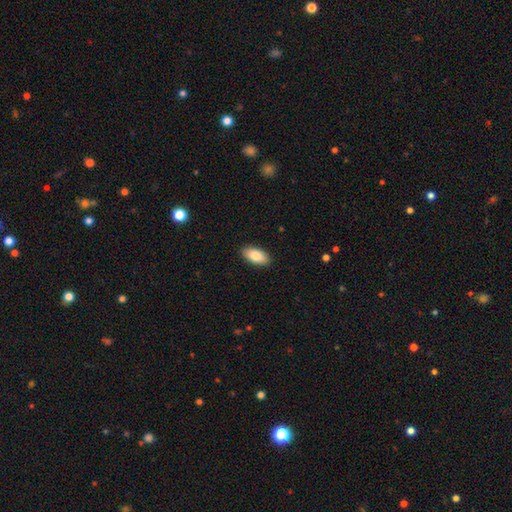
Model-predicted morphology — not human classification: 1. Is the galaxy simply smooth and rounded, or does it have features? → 85% smooth, 8% featured or disk, 6% star or artifact.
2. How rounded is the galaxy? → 93% in between, 4% cigar-shaped, 3% round.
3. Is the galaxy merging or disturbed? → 90% none, 7% minor disturbance, 2% major disturbance, 1% merger.